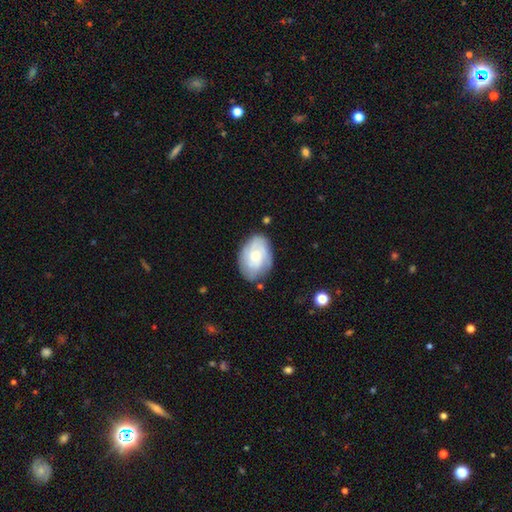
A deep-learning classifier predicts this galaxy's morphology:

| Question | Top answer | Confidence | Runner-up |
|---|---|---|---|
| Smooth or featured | featured or disk | 50% | smooth (44%) |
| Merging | none | 70% | minor disturbance (21%) |